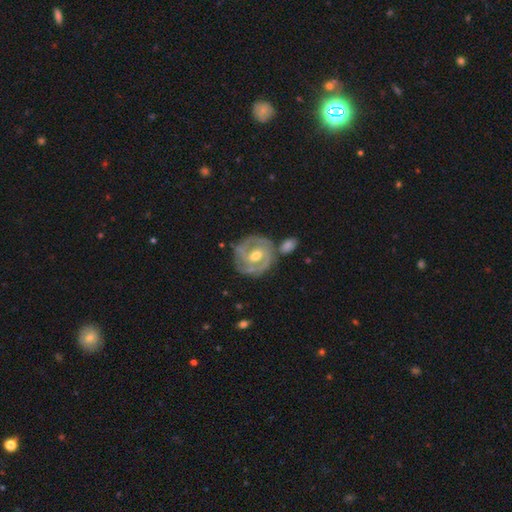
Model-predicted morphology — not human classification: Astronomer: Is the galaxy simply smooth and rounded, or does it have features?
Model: featured or disk — 83%.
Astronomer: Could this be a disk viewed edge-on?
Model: no — 97%.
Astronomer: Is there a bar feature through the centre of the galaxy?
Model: weak — 45% (runner-up: no, 39%).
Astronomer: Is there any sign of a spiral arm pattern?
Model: yes — 88%.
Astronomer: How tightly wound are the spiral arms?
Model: tight — 66%.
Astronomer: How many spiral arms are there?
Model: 2 — 55%.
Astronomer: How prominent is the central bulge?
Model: moderate — 76%.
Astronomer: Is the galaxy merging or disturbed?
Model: none — 66%.